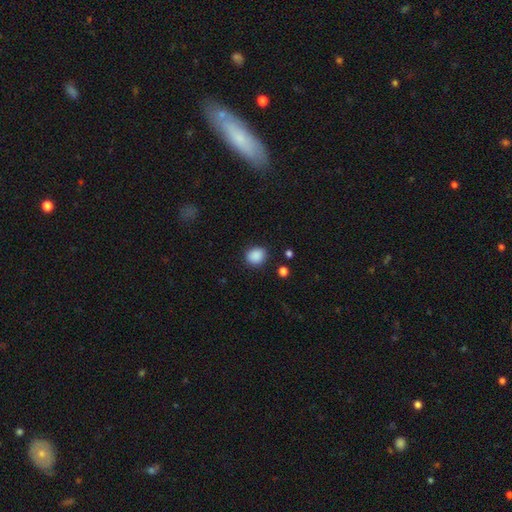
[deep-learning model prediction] Smooth or featured? Predicted: smooth (p=0.88). How rounded? Predicted: round (p=0.73). Merging? Predicted: none (p=0.87).